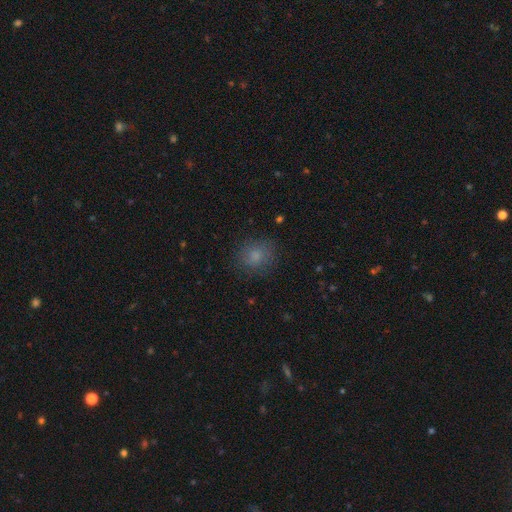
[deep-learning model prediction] Smooth or featured? smooth (80%)
How rounded? round (72%)
Merging? none (81%)